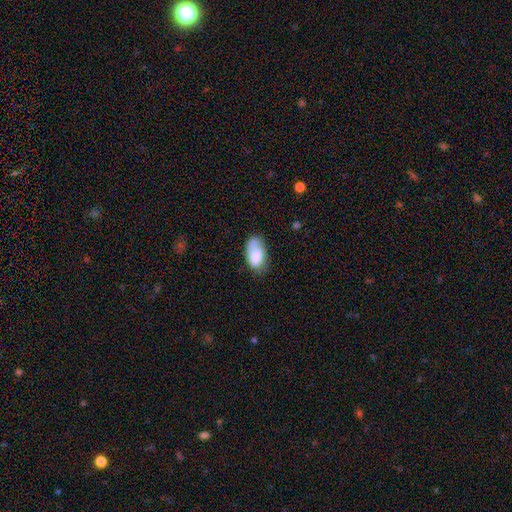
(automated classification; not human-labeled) Smooth or featured?
  - smooth: 76% *
  - featured or disk: 17%
  - star or artifact: 7%
How rounded?
  - in between: 94% *
  - round: 4%
  - cigar-shaped: 2%
Merging?
  - none: 53% *
  - minor disturbance: 31%
  - major disturbance: 11%
  - merger: 5%